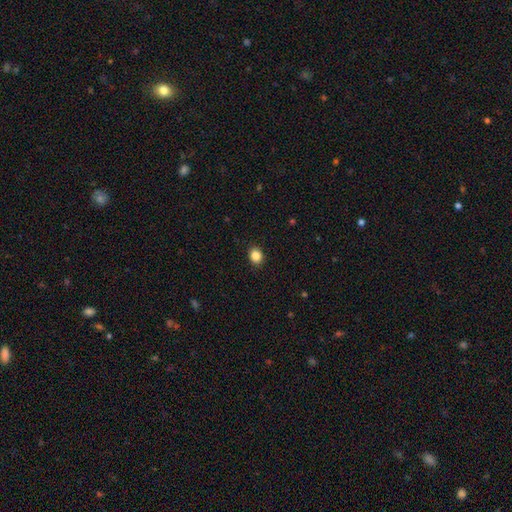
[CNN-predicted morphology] Smooth or featured?
  - smooth: 86% *
  - star or artifact: 10%
  - featured or disk: 4%
How rounded?
  - round: 61% *
  - in between: 38%
  - cigar-shaped: 1%
Merging?
  - none: 91% *
  - minor disturbance: 6%
  - major disturbance: 2%
  - merger: 1%